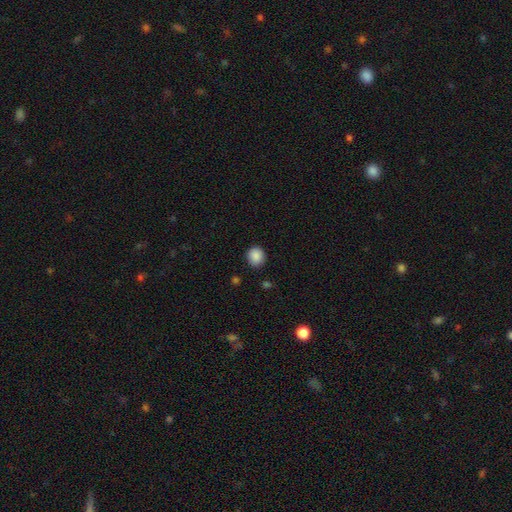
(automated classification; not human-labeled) Smooth or featured? Predicted: smooth (p=0.88). How rounded? Predicted: round (p=0.80). Merging? Predicted: none (p=0.87).